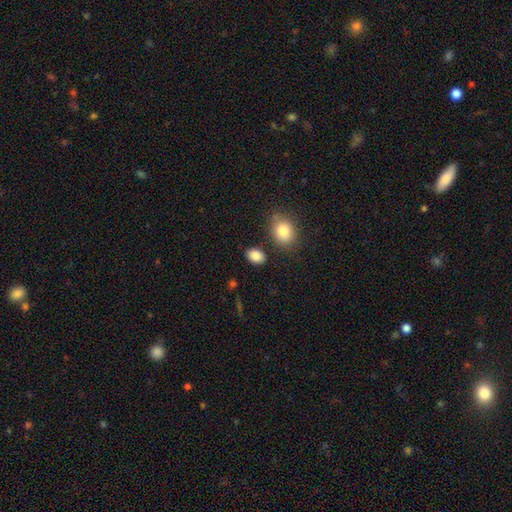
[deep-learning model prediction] Smooth or featured: smooth — 87% (star or artifact — 8%)
How rounded: in between — 78% (round — 21%)
Merging: none — 82% (minor disturbance — 10%)